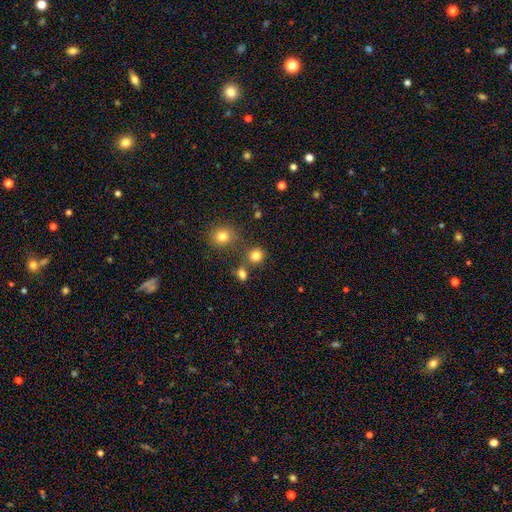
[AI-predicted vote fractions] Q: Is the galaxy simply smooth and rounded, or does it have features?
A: smooth — 82%.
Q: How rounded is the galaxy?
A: round — 88%.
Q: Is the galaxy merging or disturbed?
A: none — 75%.